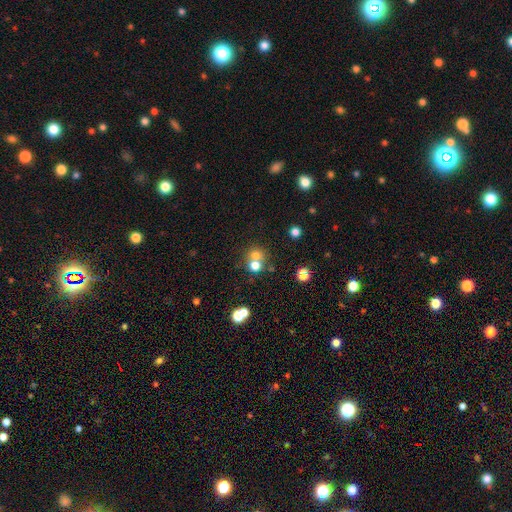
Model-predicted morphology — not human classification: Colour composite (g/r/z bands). It shows a smooth galaxy with no disk features (68%) that is round (86%). Merging: none (47%).